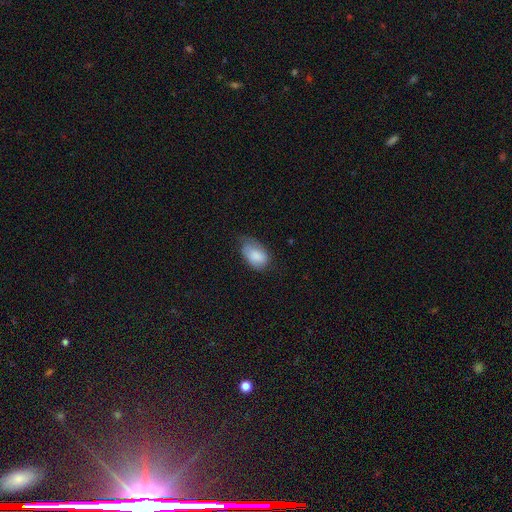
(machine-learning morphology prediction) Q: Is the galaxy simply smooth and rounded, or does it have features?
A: smooth — 81%.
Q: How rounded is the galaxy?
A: in between — 91%.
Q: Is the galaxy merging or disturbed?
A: none — 45%.